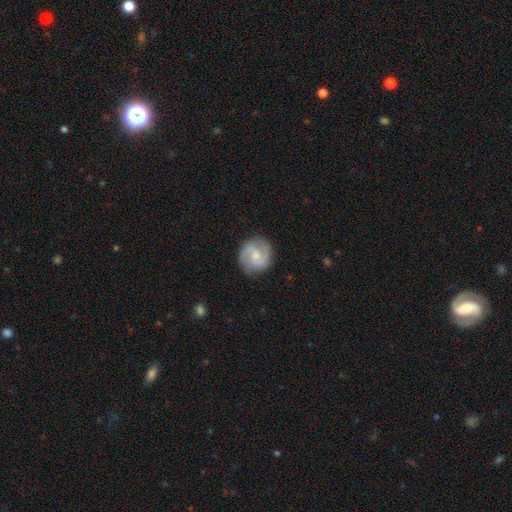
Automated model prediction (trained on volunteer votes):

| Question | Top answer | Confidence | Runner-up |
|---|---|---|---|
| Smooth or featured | featured or disk | 77% | smooth (18%) |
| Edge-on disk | no | 98% | yes (2%) |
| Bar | no | 50% | weak (44%) |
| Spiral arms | yes | 96% | no (4%) |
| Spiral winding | medium | 50% | tight (36%) |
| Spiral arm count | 2 | 84% | 3 (6%) |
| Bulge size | small | 52% | moderate (35%) |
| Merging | none | 84% | minor disturbance (12%) |